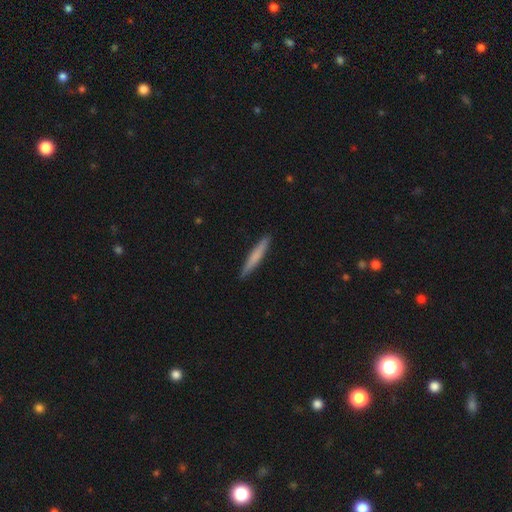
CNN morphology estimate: Smooth or featured? smooth (69%)
How rounded? cigar-shaped (95%)
Merging? none (91%)